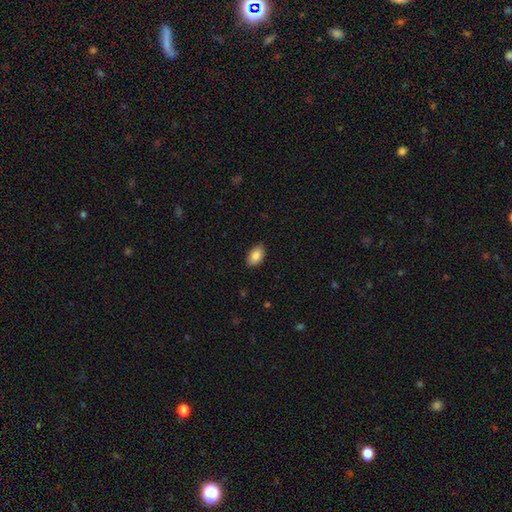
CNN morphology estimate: type=smooth (85%); roundness=in between (92%); merging=none (85%).